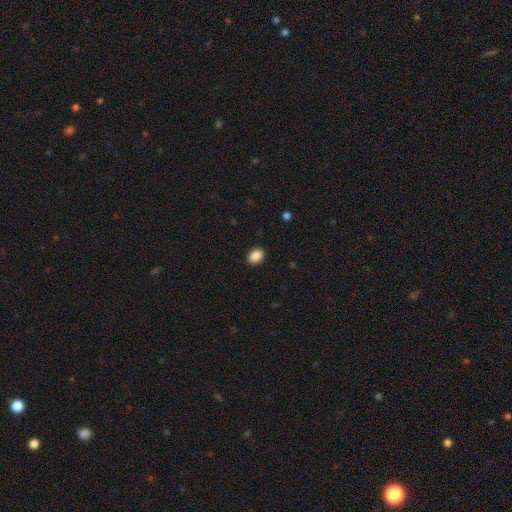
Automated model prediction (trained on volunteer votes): smooth_or_featured: smooth (p=0.88) [alt: star or artifact p=0.08]
how_rounded: in between (p=0.62) [alt: round p=0.37]
merging: none (p=0.90) [alt: minor disturbance p=0.07]